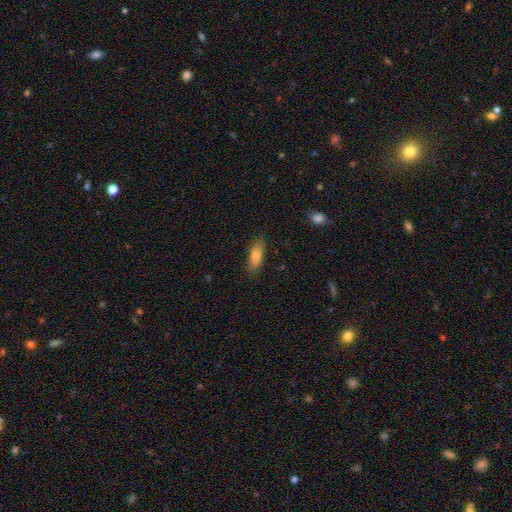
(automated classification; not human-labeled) Smooth or featured: smooth — 79% (featured or disk — 14%)
How rounded: in between — 66% (cigar-shaped — 32%)
Merging: none — 81% (minor disturbance — 14%)